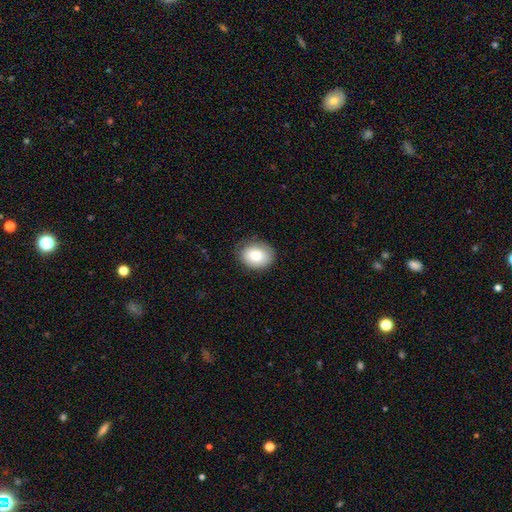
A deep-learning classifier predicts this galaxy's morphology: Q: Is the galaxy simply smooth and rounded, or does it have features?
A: smooth — 86%.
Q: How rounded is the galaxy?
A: in between — 59%.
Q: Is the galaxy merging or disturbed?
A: none — 80%.